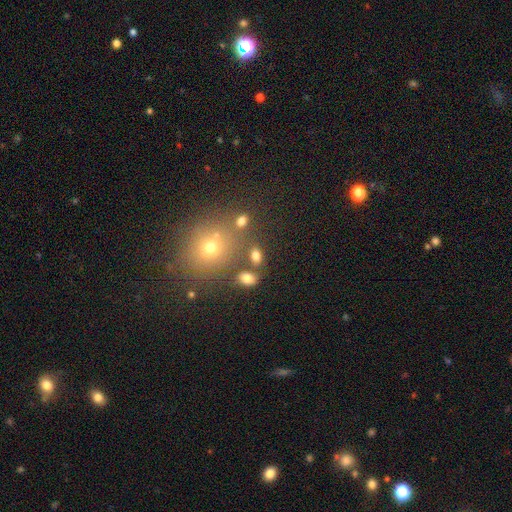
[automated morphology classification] Smooth or featured?
  - smooth: 75% *
  - star or artifact: 15%
  - featured or disk: 11%
How rounded?
  - in between: 79% *
  - round: 18%
  - cigar-shaped: 3%
Merging?
  - none: 67% *
  - merger: 15%
  - minor disturbance: 12%
  - major disturbance: 6%